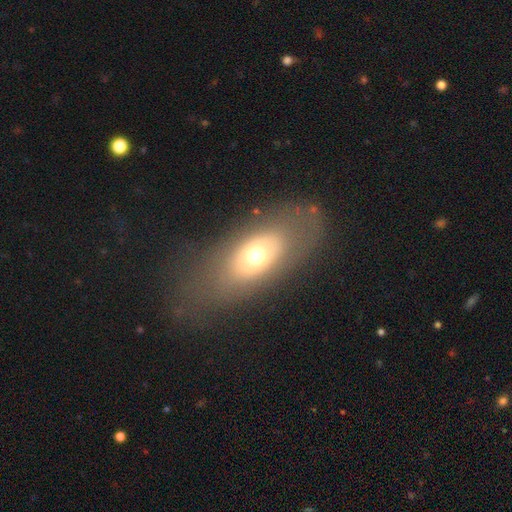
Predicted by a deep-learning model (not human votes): smooth-or-featured: smooth: 53% | featured or disk: 38% | star or artifact: 10%
  how-rounded: in between: 82% | round: 11% | cigar-shaped: 7%
  merging: none: 73% | minor disturbance: 13% | major disturbance: 12% | merger: 2%